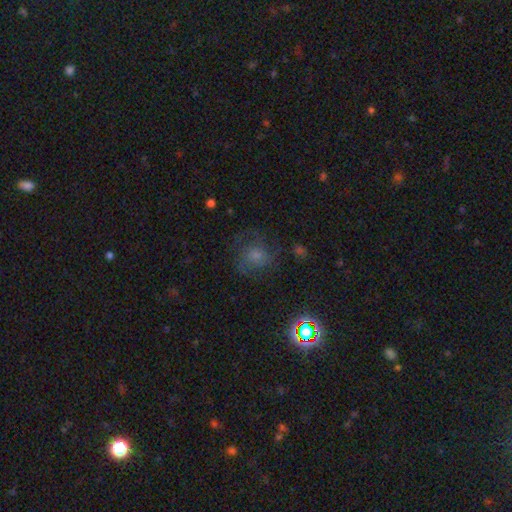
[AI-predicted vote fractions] Morphology: type=smooth (51%); roundness=round (78%); merging=none (60%).